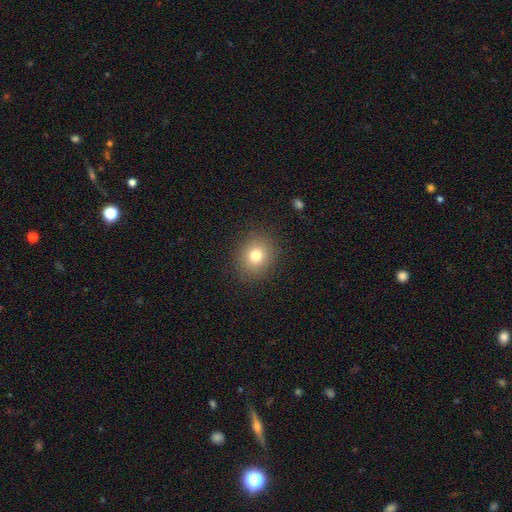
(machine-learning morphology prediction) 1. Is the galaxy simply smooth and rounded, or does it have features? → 78% smooth, 13% star or artifact, 10% featured or disk.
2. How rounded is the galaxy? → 76% round, 23% in between, 1% cigar-shaped.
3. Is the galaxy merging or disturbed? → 88% none, 7% minor disturbance, 3% major disturbance, 1% merger.